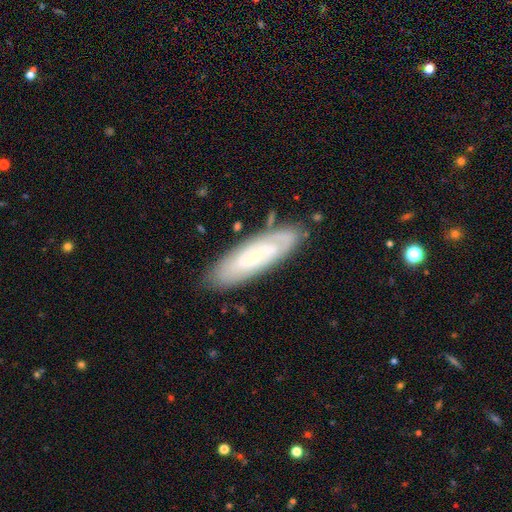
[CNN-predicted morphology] smooth-or-featured: featured or disk: 67% | smooth: 26% | star or artifact: 7%
  disk-edge-on: no: 82% | yes: 18%
    bar: no: 60% | weak: 31% | strong: 9%
    has-spiral-arms: yes: 85% | no: 15%
    bulge-size: small: 74% | moderate: 17% | none: 6% | large: 2% | dominant: 1%
  merging: none: 80% | minor disturbance: 14% | major disturbance: 4% | merger: 2%